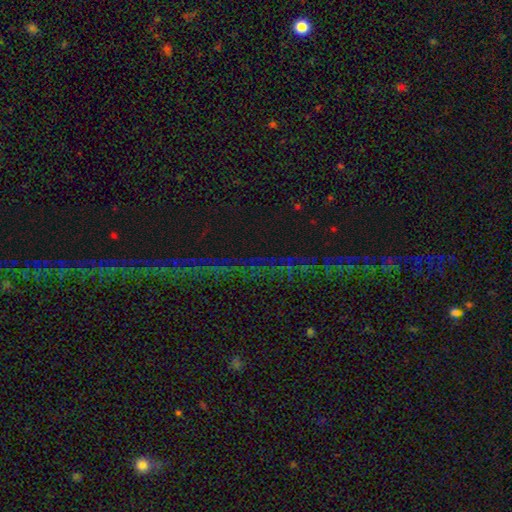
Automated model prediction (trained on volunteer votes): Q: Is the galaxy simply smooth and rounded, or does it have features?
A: star or artifact — 80%.